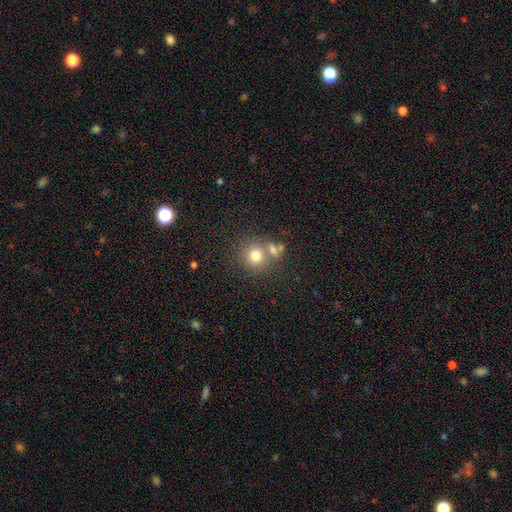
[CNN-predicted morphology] Smooth or featured: smooth — 77% (star or artifact — 13%)
How rounded: round — 85% (in between — 14%)
Merging: none — 58% (merger — 28%)